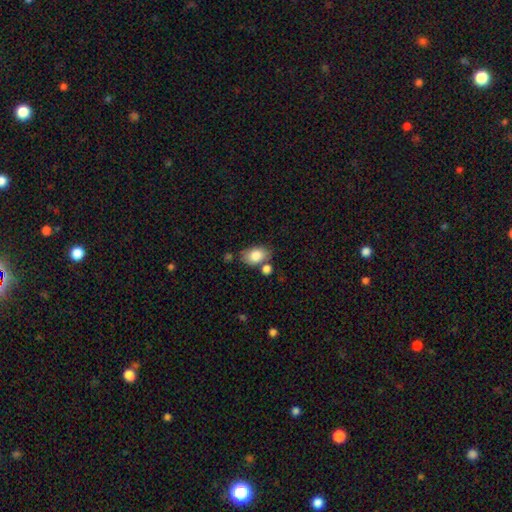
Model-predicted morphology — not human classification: type=smooth (82%); roundness=in between (83%); merging=none (66%).